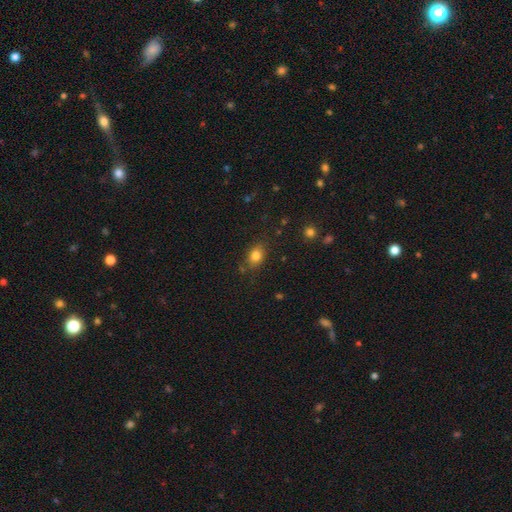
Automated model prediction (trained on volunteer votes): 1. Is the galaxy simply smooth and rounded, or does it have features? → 81% smooth, 11% star or artifact, 8% featured or disk.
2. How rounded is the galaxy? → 64% in between, 35% round, 2% cigar-shaped.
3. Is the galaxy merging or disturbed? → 78% none, 15% minor disturbance, 4% major disturbance, 3% merger.